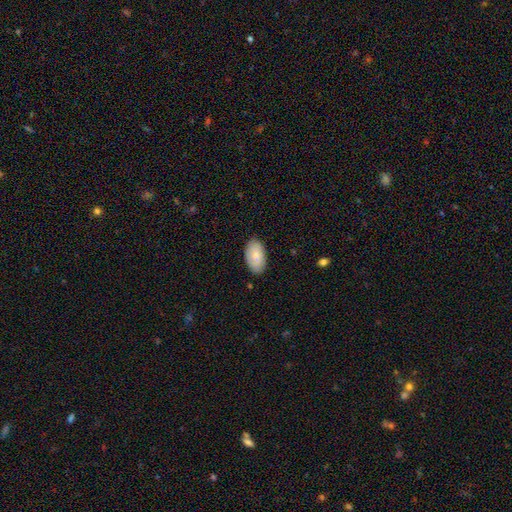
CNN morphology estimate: This appears to be a smooth galaxy with no disk features (81%) that is in between round and cigar-shaped (95%). Merging: none (84%).